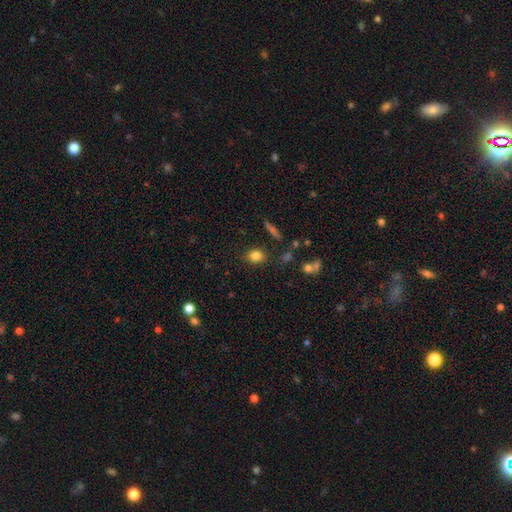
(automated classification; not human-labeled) Morphology: type=smooth (82%); roundness=round (58%); merging=none (85%).